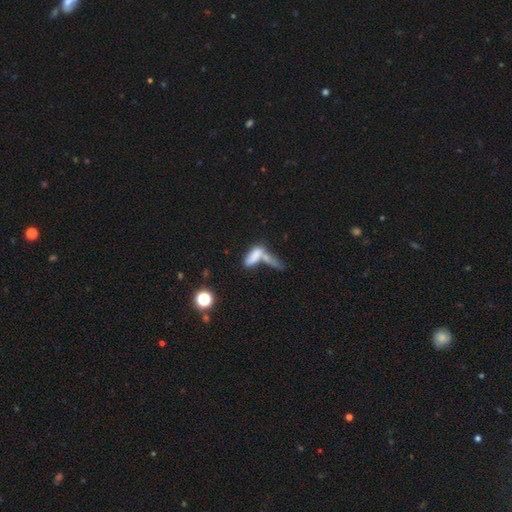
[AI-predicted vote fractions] Smooth or featured? Predicted: smooth (p=0.70). How rounded? Predicted: in between (p=0.57). Merging? Predicted: merger (p=0.58).